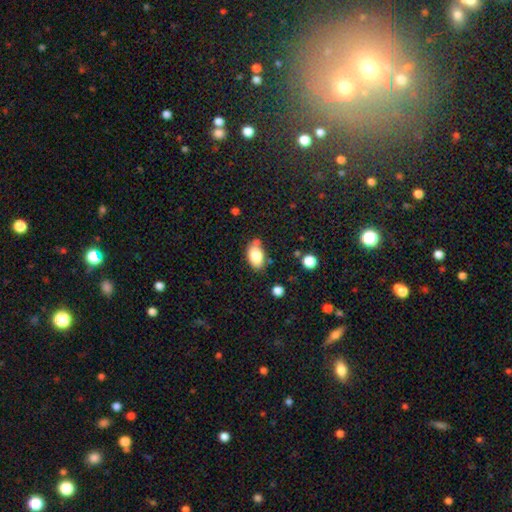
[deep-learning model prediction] This is clearly a smooth galaxy (82%). How rounded: clearly in between (89%). Merging: likely none (70%).